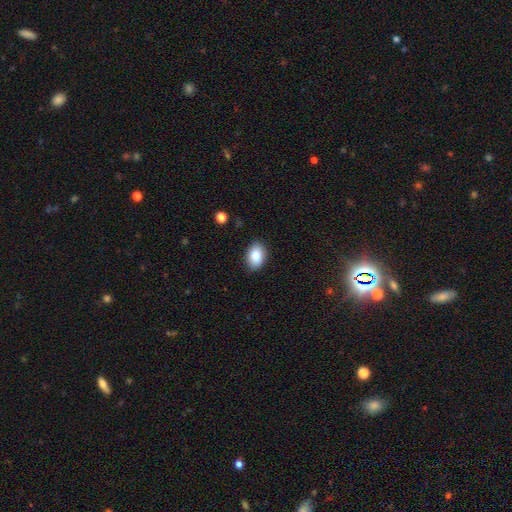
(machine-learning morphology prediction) smooth_or_featured: smooth (p=0.86) [alt: star or artifact p=0.07]
how_rounded: in between (p=0.86) [alt: round p=0.13]
merging: none (p=0.87) [alt: minor disturbance p=0.10]